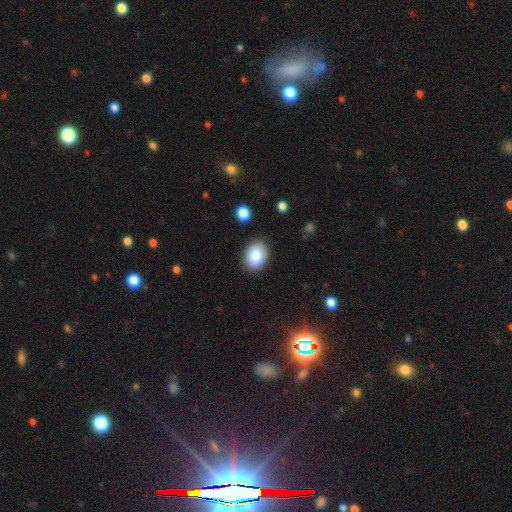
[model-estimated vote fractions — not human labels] A smooth galaxy with no disk features (83%) that is in between round and cigar-shaped (66%).

Vote fractions:
- Smooth or featured? smooth: 83% / featured or disk: 9% / star or artifact: 8%
- How rounded? in between: 66% / round: 33% / cigar-shaped: 1%
- Merging? none: 86% / minor disturbance: 10% / major disturbance: 2% / merger: 2%